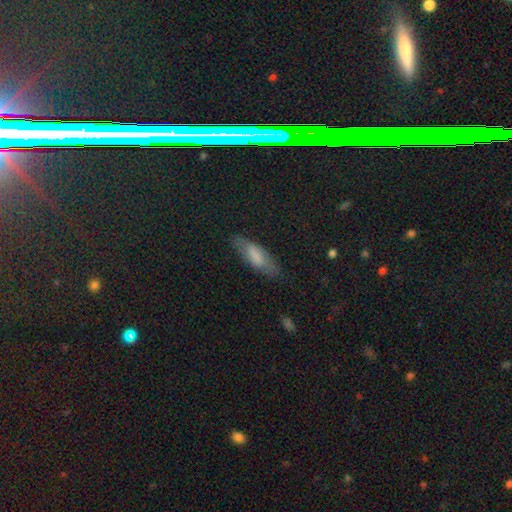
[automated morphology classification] type=smooth (70%); roundness=in between (56%); merging=none (78%).